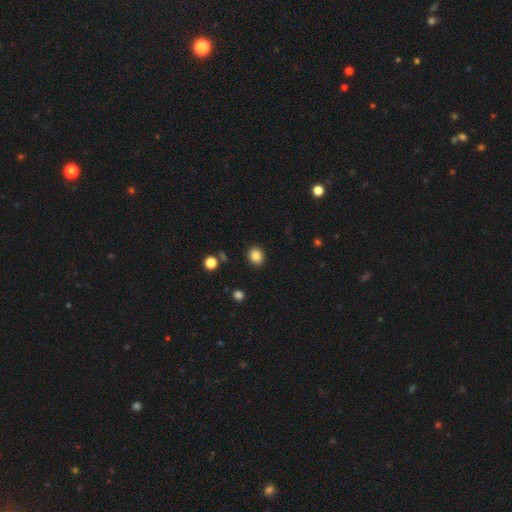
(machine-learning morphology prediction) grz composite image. It shows a smooth galaxy with no disk features (85%) that is round (65%). Merging: none (90%).